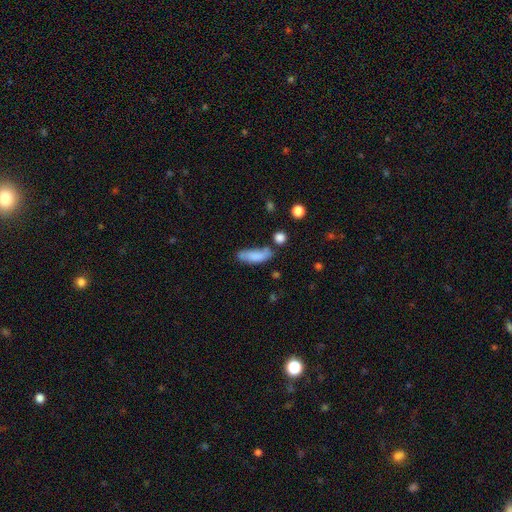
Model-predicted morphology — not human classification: Overall: smooth (79%). How rounded: in between (62%; cigar-shaped 35%). Merging: none (51%; minor disturbance 26%).